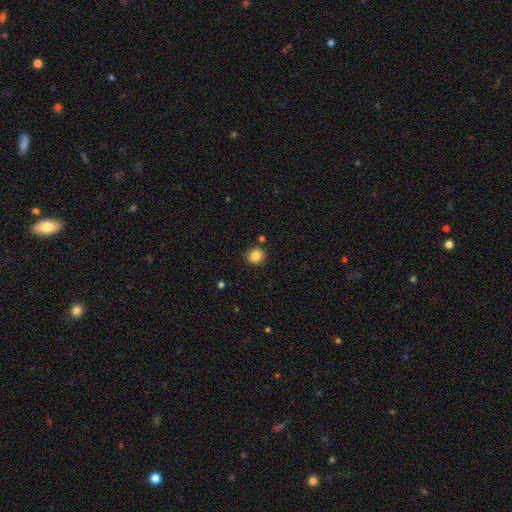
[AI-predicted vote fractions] A smooth galaxy with no disk features (85%) that is round (91%). Merging: none (88%).